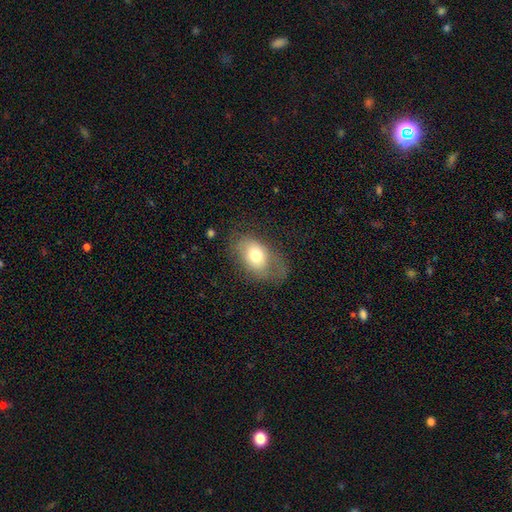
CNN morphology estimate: A smooth galaxy with no disk features (67%) that is in between round and cigar-shaped (80%). Merging: none (48%).